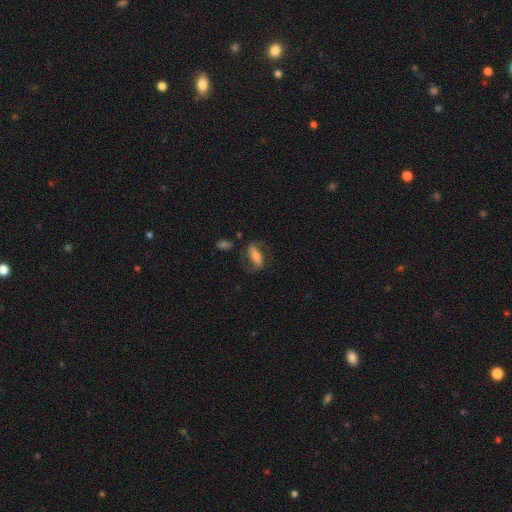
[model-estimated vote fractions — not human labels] Morphology: type=featured or disk (51%); edge-on=no (82%); merging=none (65%).